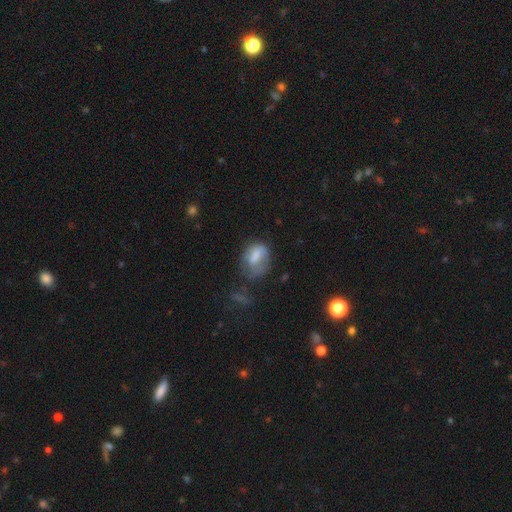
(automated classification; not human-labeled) The model was most divided on "merging": none: 34%, major disturbance: 30%, minor disturbance: 30%, merger: 6%. More confident: how rounded — in between (65%); smooth or featured — smooth (62%).